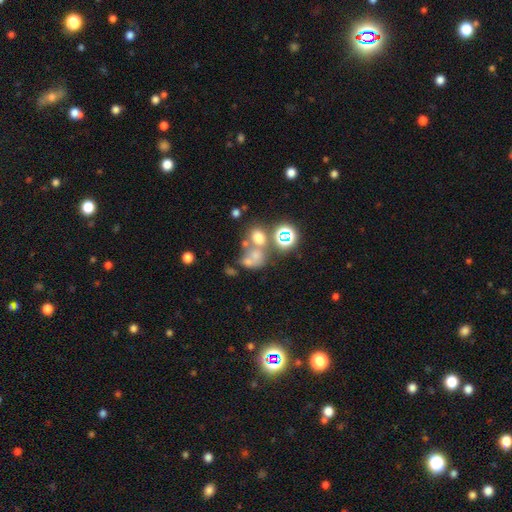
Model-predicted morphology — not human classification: Smooth or featured?
  - smooth: 54% *
  - star or artifact: 26%
  - featured or disk: 19%
How rounded?
  - round: 59% *
  - in between: 40%
  - cigar-shaped: 1%
Merging?
  - merger: 49% *
  - none: 33%
  - minor disturbance: 10%
  - major disturbance: 9%